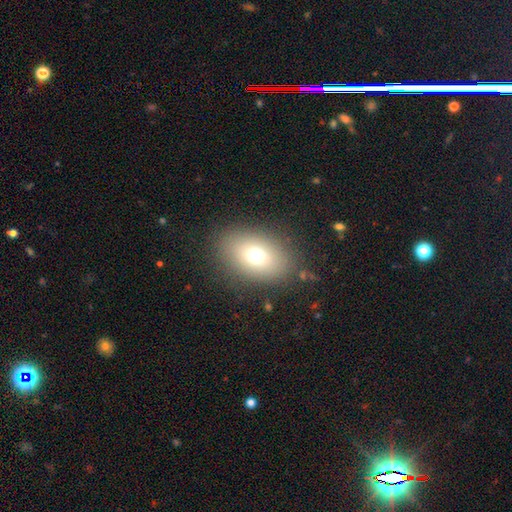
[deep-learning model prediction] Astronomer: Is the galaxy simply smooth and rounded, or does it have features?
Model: smooth — 71%.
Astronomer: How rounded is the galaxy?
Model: in between — 75%.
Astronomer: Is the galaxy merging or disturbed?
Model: none — 84%.